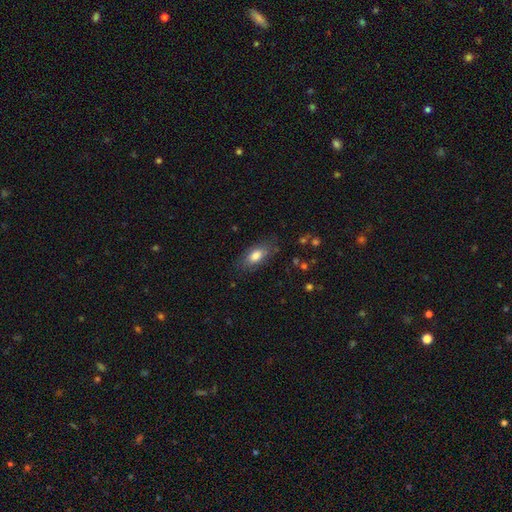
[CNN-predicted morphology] smooth_or_featured: smooth (p=0.78) [alt: featured or disk p=0.15]
how_rounded: in between (p=0.87) [alt: cigar-shaped p=0.09]
merging: none (p=0.76) [alt: minor disturbance p=0.17]